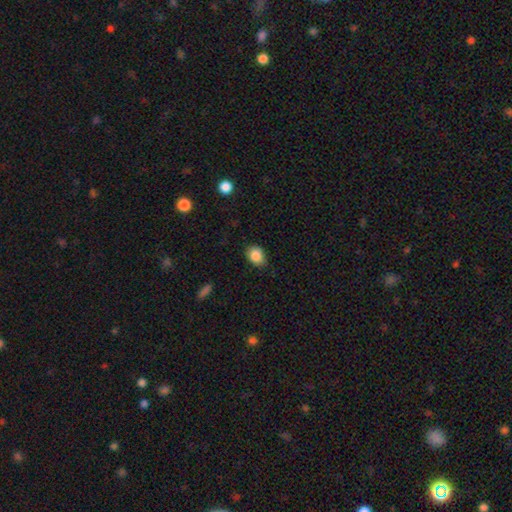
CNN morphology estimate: Smooth or featured? smooth (87%)
How rounded? in between (61%)
Merging? none (78%)